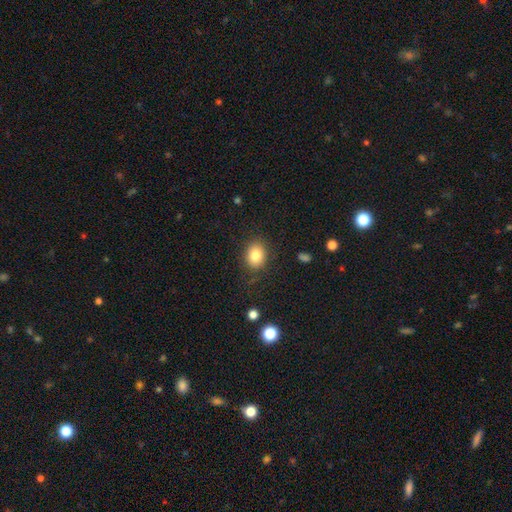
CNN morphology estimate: Smooth or featured?
  - smooth: 82% *
  - star or artifact: 10%
  - featured or disk: 8%
How rounded?
  - round: 50% * (tied)
  - in between: 50% * (tied)
  - cigar-shaped: 1%
Merging?
  - none: 84% *
  - minor disturbance: 11%
  - major disturbance: 4%
  - merger: 1%